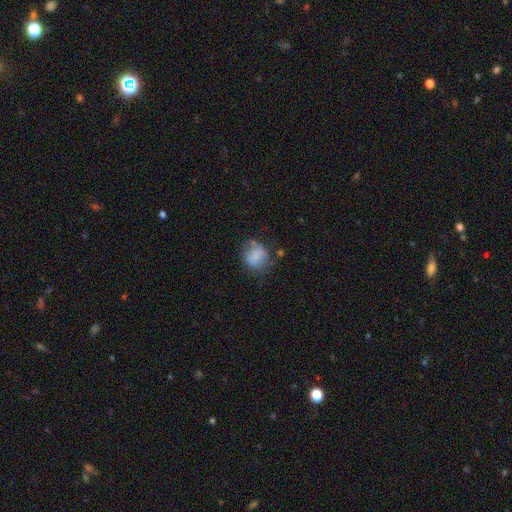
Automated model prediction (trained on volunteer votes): Smooth or featured? Predicted: smooth (p=0.74). How rounded? Predicted: round (p=0.64). Merging? Predicted: none (p=0.56).